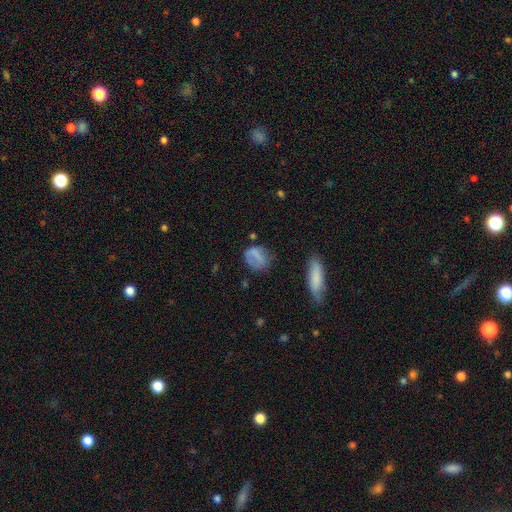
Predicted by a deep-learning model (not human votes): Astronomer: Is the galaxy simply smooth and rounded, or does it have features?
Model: smooth — 70%.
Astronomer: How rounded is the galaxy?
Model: round — 52% (runner-up: in between, 45%).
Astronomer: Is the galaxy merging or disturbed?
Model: none — 52% (runner-up: minor disturbance, 27%).